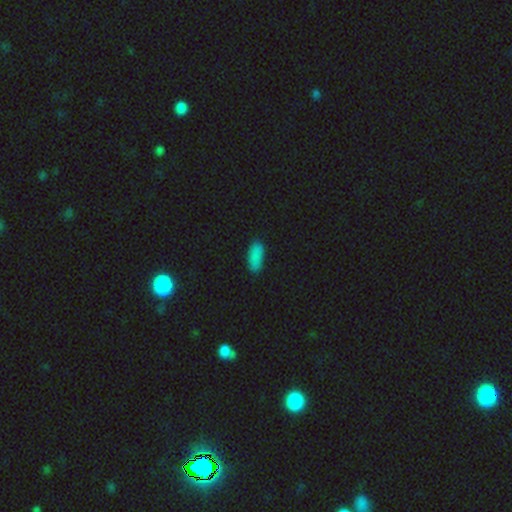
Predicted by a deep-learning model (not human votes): Morphology: type=smooth (85%); roundness=in between (78%); merging=none (82%).